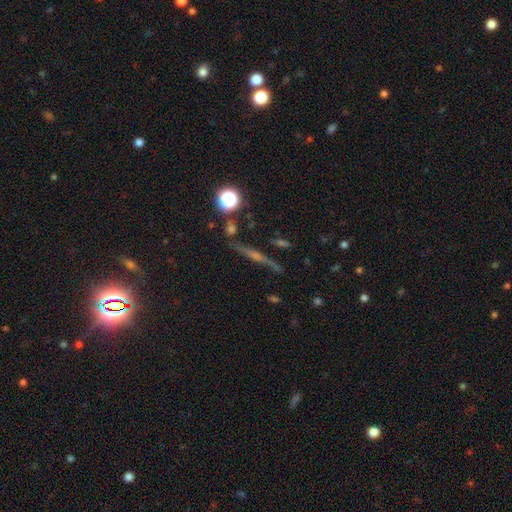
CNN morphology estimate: featured or disk 67%, star or artifact 17%, smooth 16%. Down the decision tree: edge-on disk — yes (94%); edge-on bulge — rounded (69%); merging — none (85%).